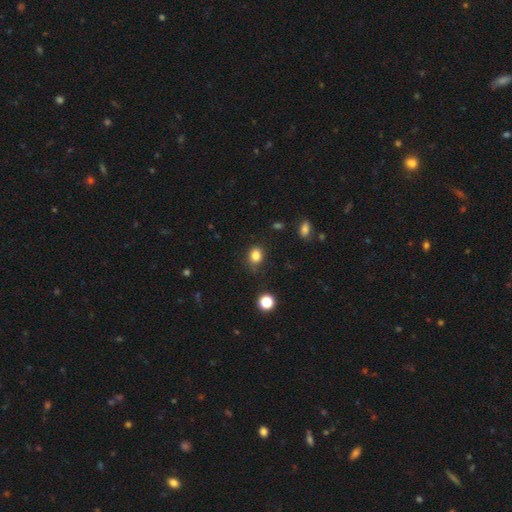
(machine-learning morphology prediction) type=smooth (83%); roundness=round (54%); merging=none (73%).